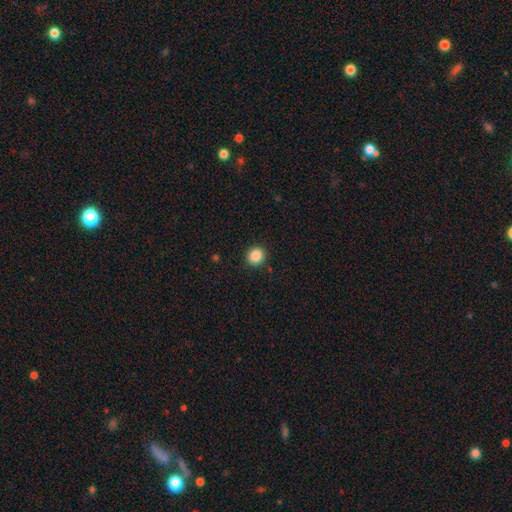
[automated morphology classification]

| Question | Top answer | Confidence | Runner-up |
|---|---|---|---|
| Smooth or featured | smooth | 87% | star or artifact (10%) |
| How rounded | round | 88% | in between (11%) |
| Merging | none | 91% | minor disturbance (6%) |